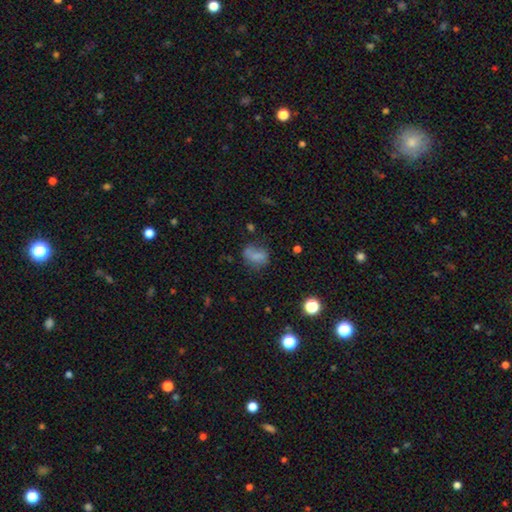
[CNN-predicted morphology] Q: Smooth or featured?
A: smooth (70%); runner-up: featured or disk (17%)
Q: How rounded?
A: in between (65%); runner-up: round (32%)
Q: Merging?
A: none (49%); runner-up: minor disturbance (26%)